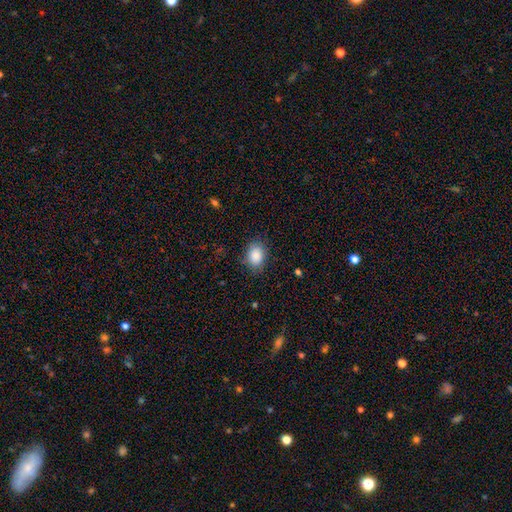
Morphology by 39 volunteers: Smooth or featured: smooth — 92% (featured or disk — 5%)
How rounded: in between — 75% (round — 25%)
Merging: none — 87% (minor disturbance — 11%)